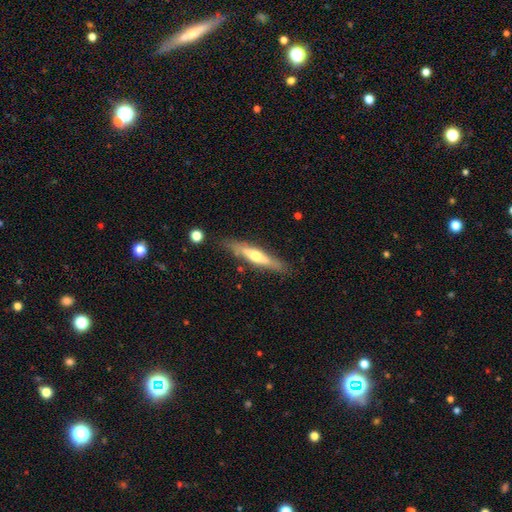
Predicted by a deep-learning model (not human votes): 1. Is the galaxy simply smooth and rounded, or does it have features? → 55% featured or disk, 39% smooth, 6% star or artifact.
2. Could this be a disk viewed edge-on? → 85% yes, 15% no.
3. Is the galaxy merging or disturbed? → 79% none, 14% minor disturbance, 4% major disturbance, 3% merger.